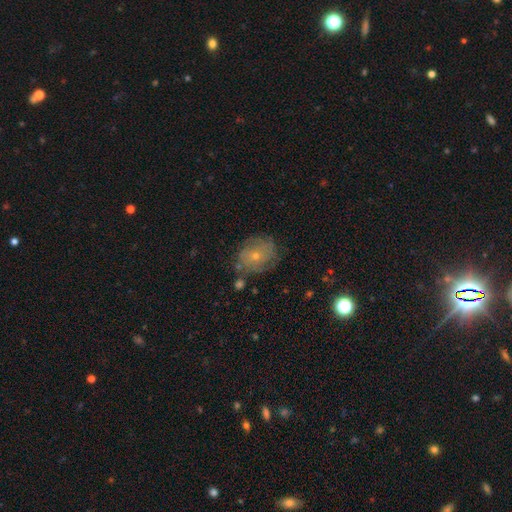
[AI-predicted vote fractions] A featured or disk galaxy (47%).

Vote fractions:
- Smooth or featured? featured or disk: 47% / smooth: 42% / star or artifact: 11%
- Merging? none: 67% / minor disturbance: 21% / major disturbance: 8% / merger: 4%